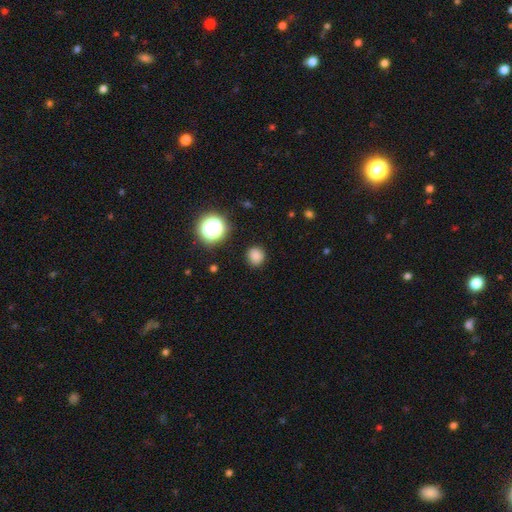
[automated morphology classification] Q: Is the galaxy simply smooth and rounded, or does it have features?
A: smooth — 81%.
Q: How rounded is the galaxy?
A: round — 84%.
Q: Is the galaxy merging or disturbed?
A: none — 87%.